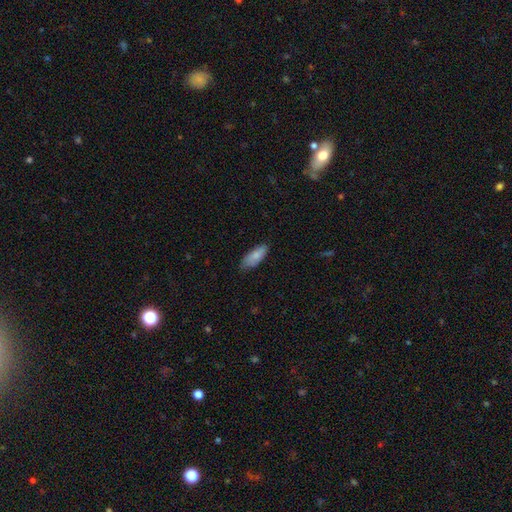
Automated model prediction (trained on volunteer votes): Morphology: type=smooth (81%); roundness=in between (78%); merging=none (73%).